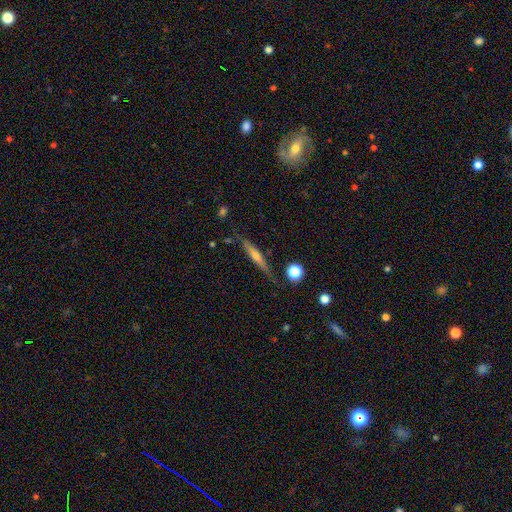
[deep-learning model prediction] Morphology: type=featured or disk (59%); edge-on=yes (95%); edge-on bulge=rounded (69%); merging=none (80%).